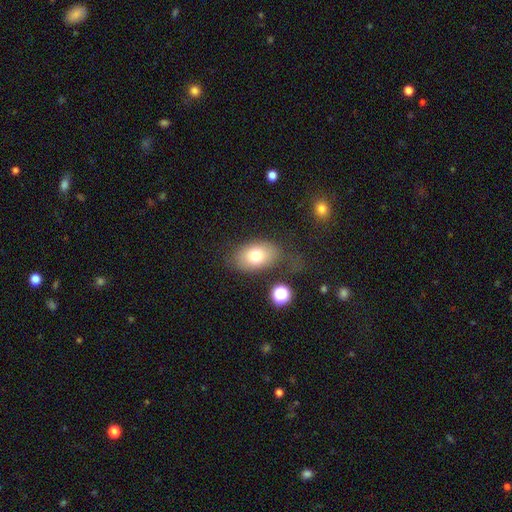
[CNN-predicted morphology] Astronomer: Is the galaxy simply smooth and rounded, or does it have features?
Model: smooth — 74%.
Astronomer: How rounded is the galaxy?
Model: in between — 84%.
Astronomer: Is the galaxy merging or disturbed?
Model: none — 67%.